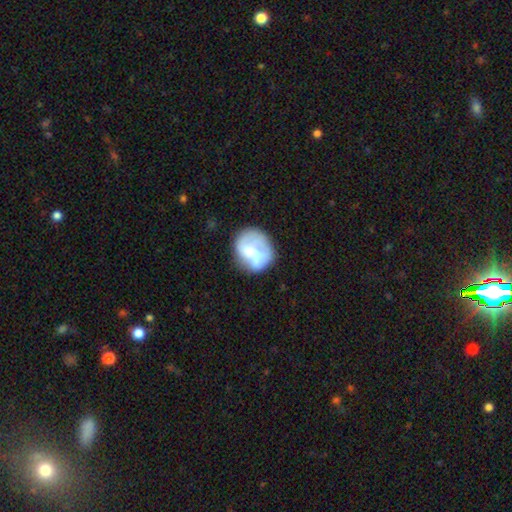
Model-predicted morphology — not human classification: This appears to be a smooth galaxy with no disk features (48%). Merging: none (48%).